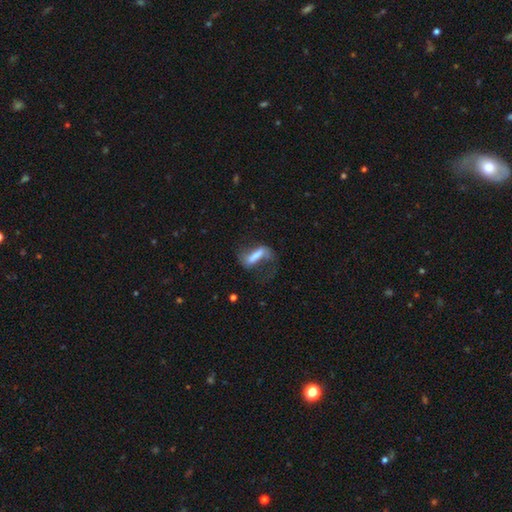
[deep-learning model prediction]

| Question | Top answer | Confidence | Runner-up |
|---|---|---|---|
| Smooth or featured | featured or disk | 50% | smooth (40%) |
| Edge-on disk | no | 81% | yes (19%) |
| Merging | none | 39% | major disturbance (38%) |